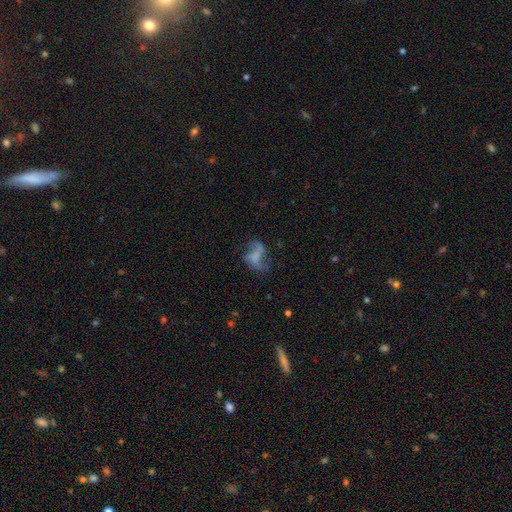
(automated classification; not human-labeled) The model was most divided on "merging": none: 43%, major disturbance: 31%, minor disturbance: 20%, merger: 6%. More confident: edge-on disk — no (97%); bulge size — none (71%); spiral arms — yes (65%); bar — no (60%); smooth or featured — featured or disk (57%).